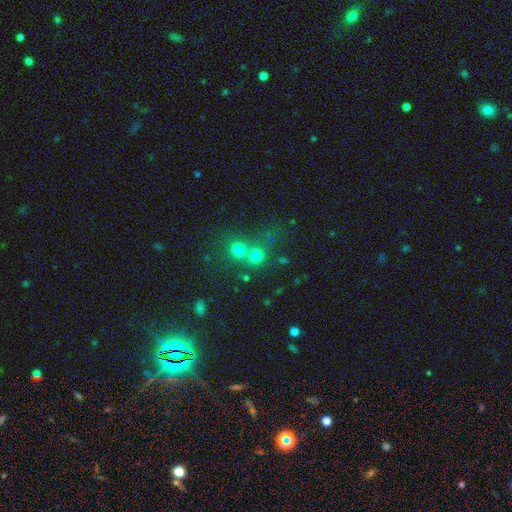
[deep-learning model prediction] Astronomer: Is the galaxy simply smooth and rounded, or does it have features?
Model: smooth — 74%.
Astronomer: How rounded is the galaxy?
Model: round — 88%.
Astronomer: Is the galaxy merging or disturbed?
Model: none — 52% (runner-up: merger, 39%).